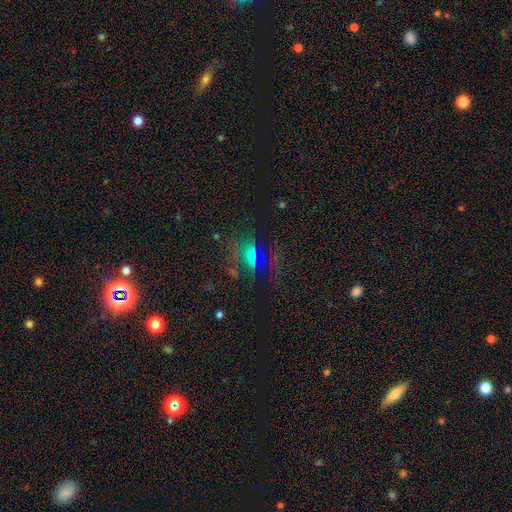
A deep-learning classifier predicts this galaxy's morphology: A smooth galaxy with no disk features (45%). Merging: none (69%).